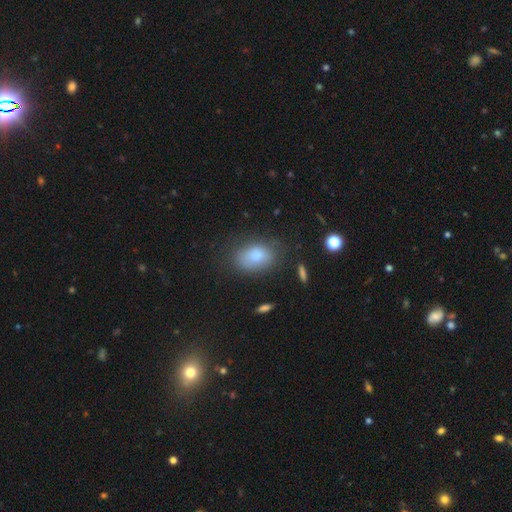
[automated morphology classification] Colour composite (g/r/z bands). It shows a smooth galaxy with no disk features (82%) that is in between round and cigar-shaped (84%). Merging: none (68%).